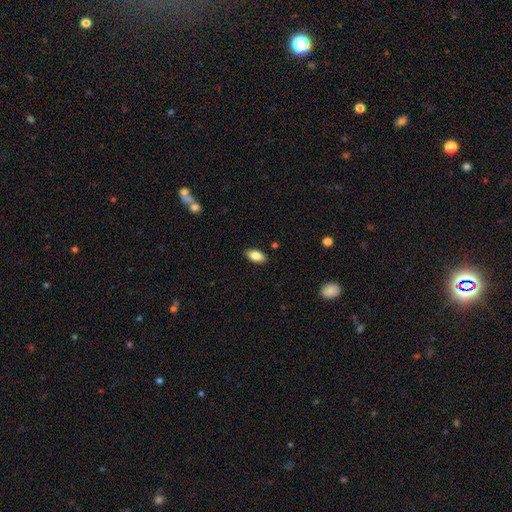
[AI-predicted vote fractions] Smooth or featured: smooth — 82% (featured or disk — 11%)
How rounded: in between — 91% (cigar-shaped — 6%)
Merging: none — 88% (minor disturbance — 9%)